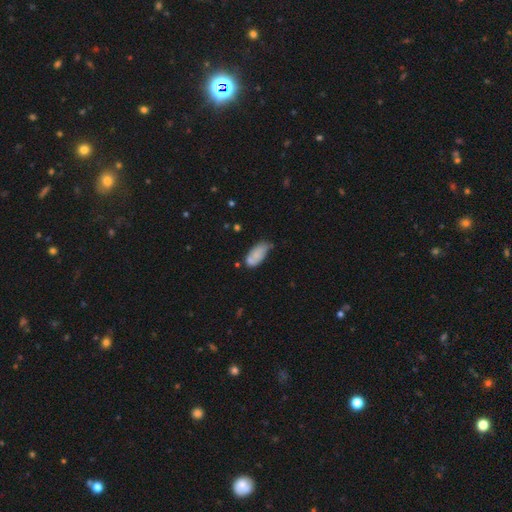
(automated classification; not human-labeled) A smooth galaxy with no disk features (71%) that is in between round and cigar-shaped (89%). Merging: none (42%).